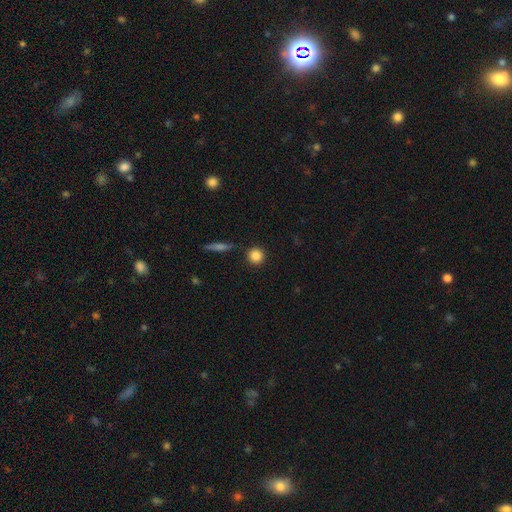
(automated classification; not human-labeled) A smooth galaxy with no disk features (85%) that is round (93%). Merging: none (87%).